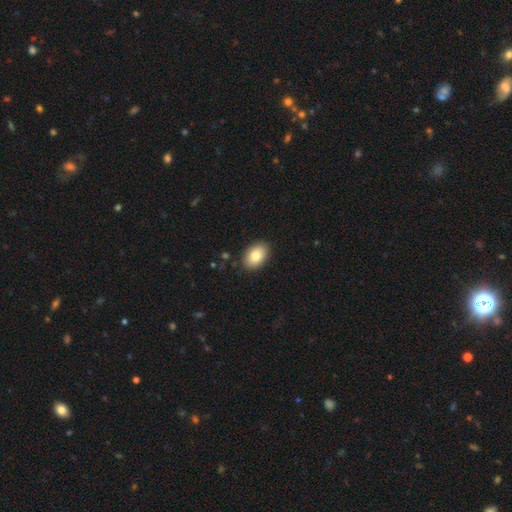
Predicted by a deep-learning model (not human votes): This is clearly a smooth galaxy (84%). How rounded: clearly in between (88%). Merging: clearly none (89%).